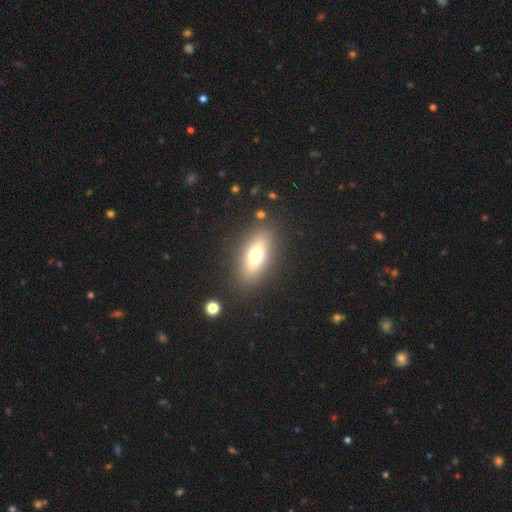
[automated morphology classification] Smooth or featured: smooth — 59% (featured or disk — 31%)
How rounded: in between — 71% (cigar-shaped — 22%)
Merging: none — 86% (minor disturbance — 8%)